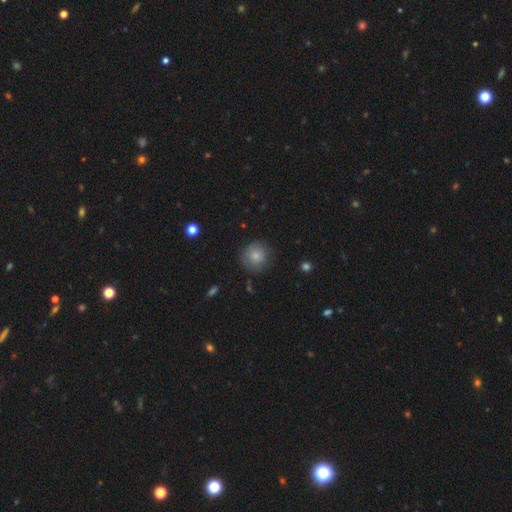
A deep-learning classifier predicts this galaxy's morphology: Smooth or featured? smooth (78%)
How rounded? round (93%)
Merging? none (79%)